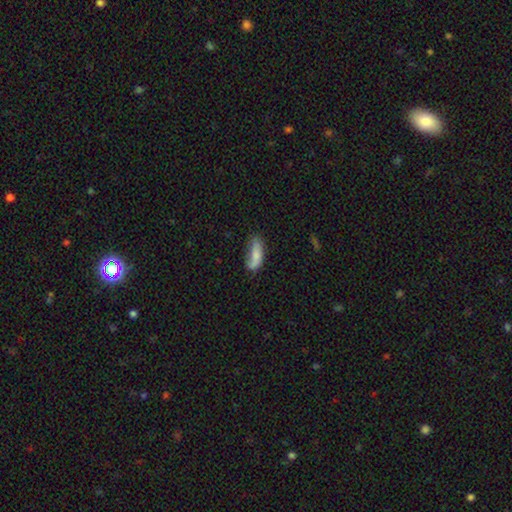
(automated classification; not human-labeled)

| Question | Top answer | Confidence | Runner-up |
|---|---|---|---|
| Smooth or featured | smooth | 70% | featured or disk (23%) |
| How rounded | in between | 73% | cigar-shaped (24%) |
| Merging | none | 46% | minor disturbance (32%) |